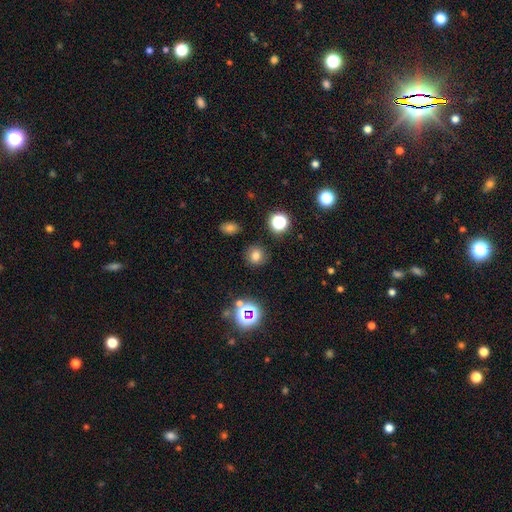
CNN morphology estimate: type=smooth (71%); roundness=round (88%); merging=none (86%).